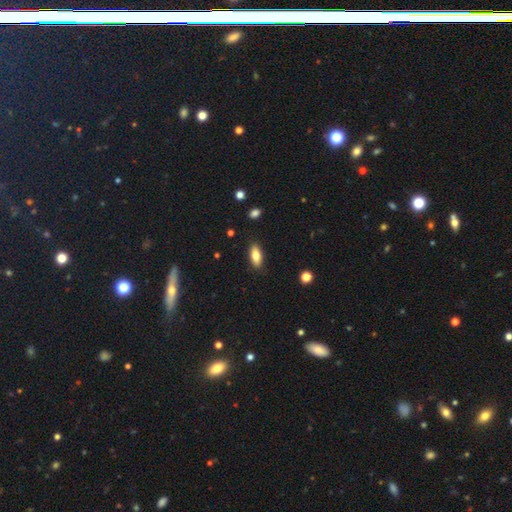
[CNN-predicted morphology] Overall: smooth (75%). How rounded: in between (75%). Merging: none (87%).